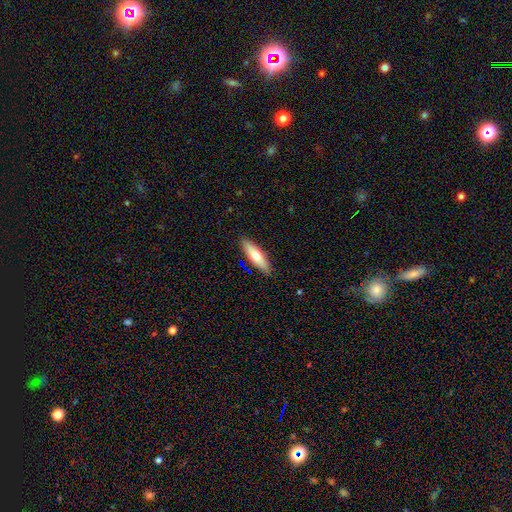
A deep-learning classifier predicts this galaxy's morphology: The model was most divided on "how rounded": cigar-shaped: 54%, in between: 44%, round: 2%. More confident: merging — none (87%); smooth or featured — smooth (67%).